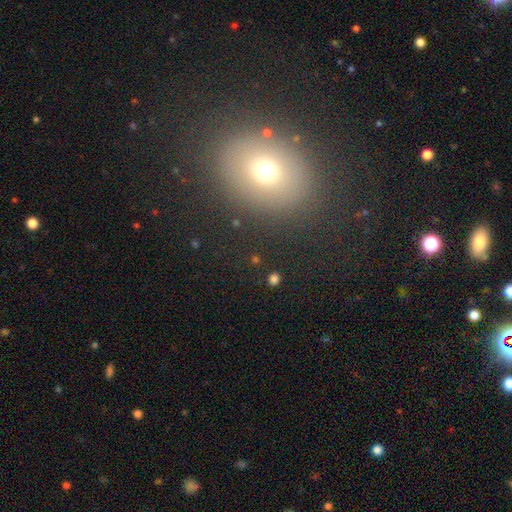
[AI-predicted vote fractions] Overall: smooth (65%). How rounded: in between (52%; round 47%). Merging: none (84%).